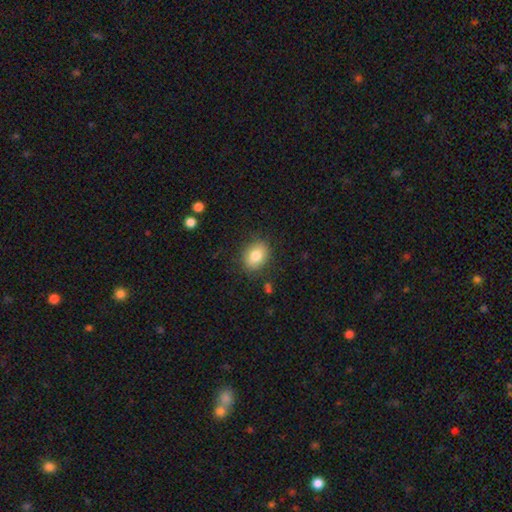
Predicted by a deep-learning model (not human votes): smooth 81%, featured or disk 10%, star or artifact 9%. Down the decision tree: how rounded — in between (57%); merging — none (84%).